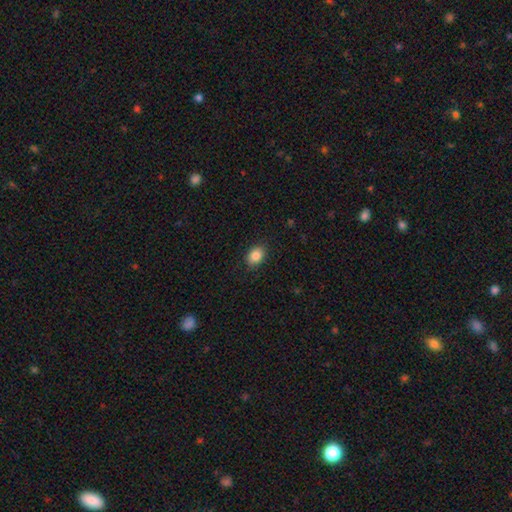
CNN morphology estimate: smooth_or_featured: smooth (p=0.86) [alt: star or artifact p=0.09]
how_rounded: in between (p=0.70) [alt: round p=0.29]
merging: none (p=0.87) [alt: minor disturbance p=0.09]